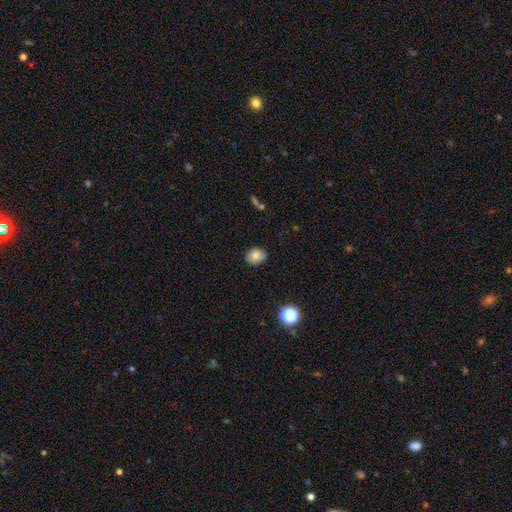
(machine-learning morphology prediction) Smooth or featured? smooth (84%)
How rounded? in between (56%)
Merging? none (80%)